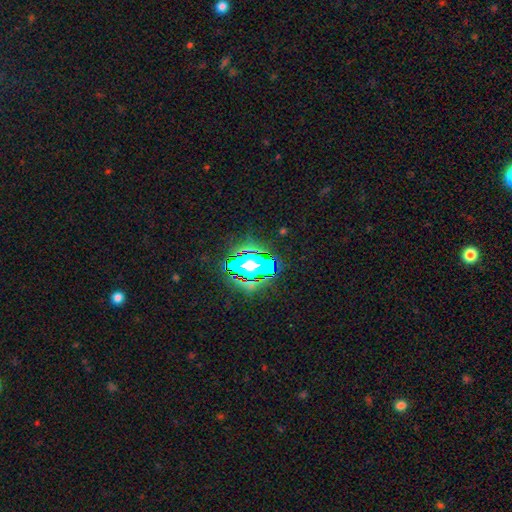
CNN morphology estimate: Smooth or featured? star or artifact (52%)